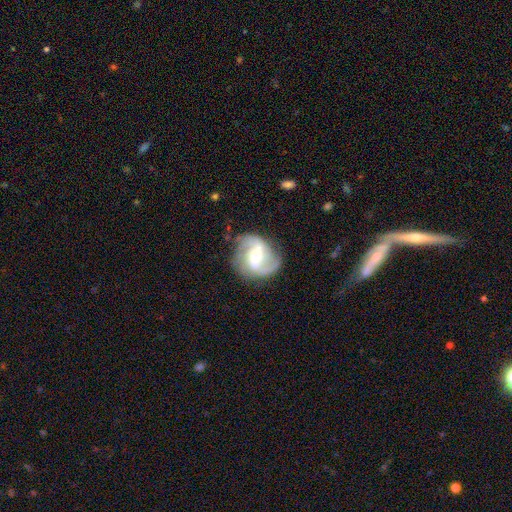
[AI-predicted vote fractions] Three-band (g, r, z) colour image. It shows a featured or disk galaxy (84%) with a weak bar (46%), 2 (83%) medium (49%) spiral arms (94%) and a moderate central bulge (51%). Merging: none (74%).